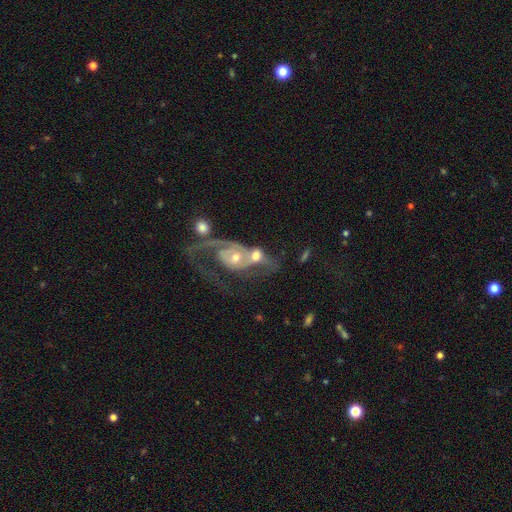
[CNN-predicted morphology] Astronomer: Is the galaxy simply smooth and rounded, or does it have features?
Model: featured or disk — 68%.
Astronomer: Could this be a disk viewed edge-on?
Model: no — 94%.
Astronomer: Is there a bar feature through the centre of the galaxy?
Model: no — 72%.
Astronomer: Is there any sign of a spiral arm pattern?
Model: yes — 75%.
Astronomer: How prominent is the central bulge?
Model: moderate — 58%.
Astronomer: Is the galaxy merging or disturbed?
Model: merger — 72%.